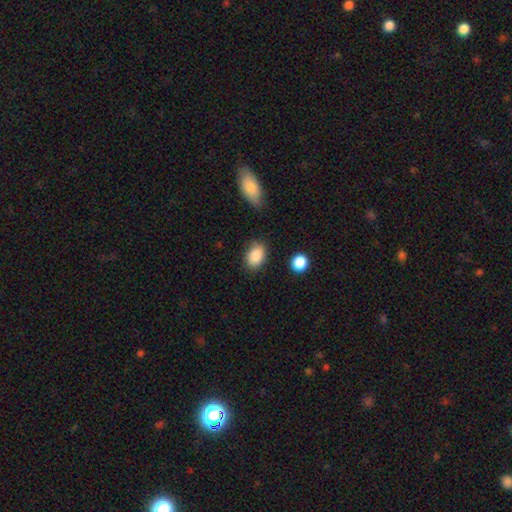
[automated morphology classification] Overall: smooth (87%). How rounded: in between (80%). Merging: none (81%).